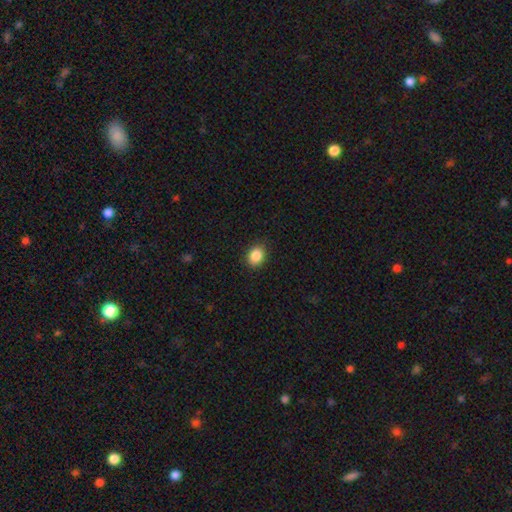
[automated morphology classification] type=smooth (87%); roundness=in between (55%); merging=none (88%).